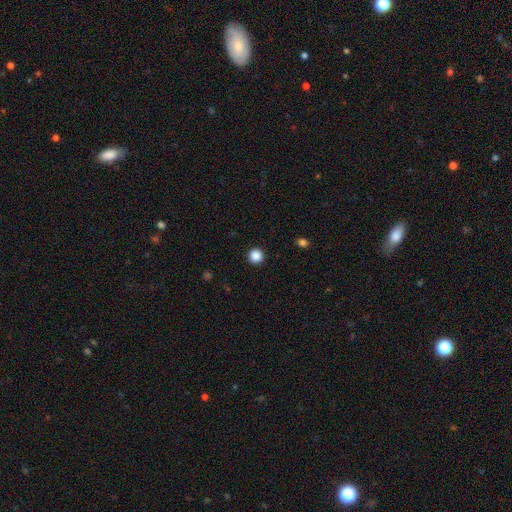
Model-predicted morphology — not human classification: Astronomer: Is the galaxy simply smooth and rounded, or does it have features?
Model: smooth — 87%.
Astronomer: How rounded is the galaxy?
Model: round — 96%.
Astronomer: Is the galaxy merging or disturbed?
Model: none — 93%.